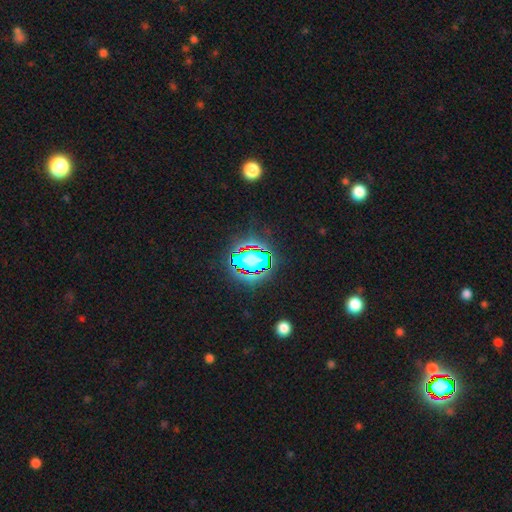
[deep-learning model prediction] Q: Smooth or featured?
A: star or artifact (66%); runner-up: smooth (20%)